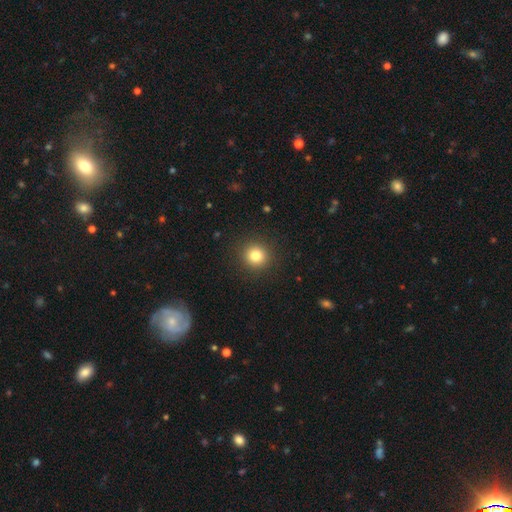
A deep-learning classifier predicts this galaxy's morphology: type=smooth (82%); roundness=round (93%); merging=none (91%).